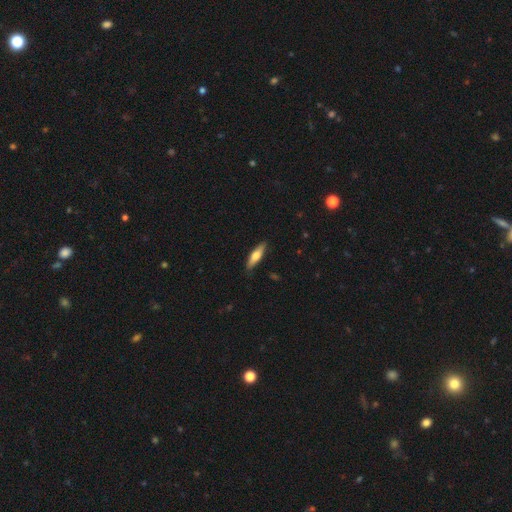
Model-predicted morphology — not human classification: A smooth galaxy with no disk features (60%) that is cigar-shaped (64%). Merging: none (87%).